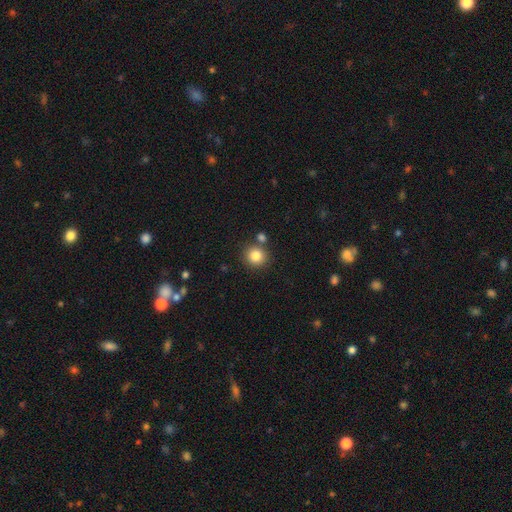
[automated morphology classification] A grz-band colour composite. It shows a smooth galaxy with no disk features (83%) that is round (90%). Merging: none (78%).